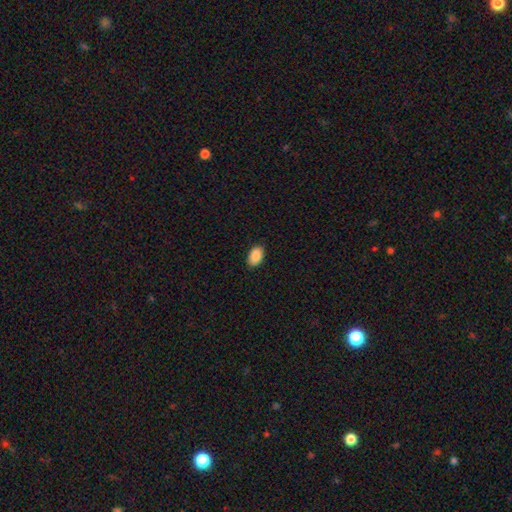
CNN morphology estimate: Q: Smooth or featured?
A: smooth (90%); runner-up: star or artifact (7%)
Q: How rounded?
A: in between (92%); runner-up: round (7%)
Q: Merging?
A: none (87%); runner-up: minor disturbance (10%)